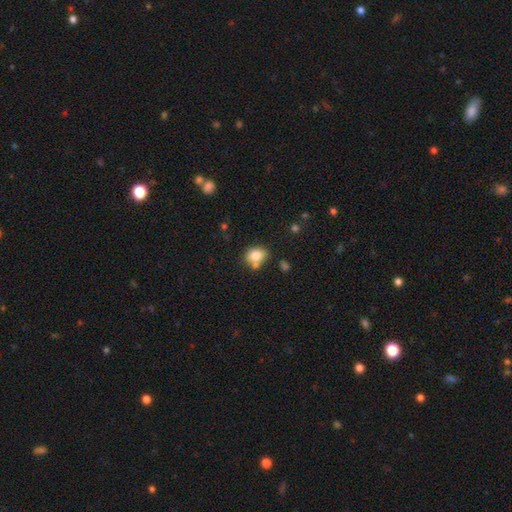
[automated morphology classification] This appears to be a smooth galaxy with no disk features (79%) that is round (54%). Merging: none (58%).